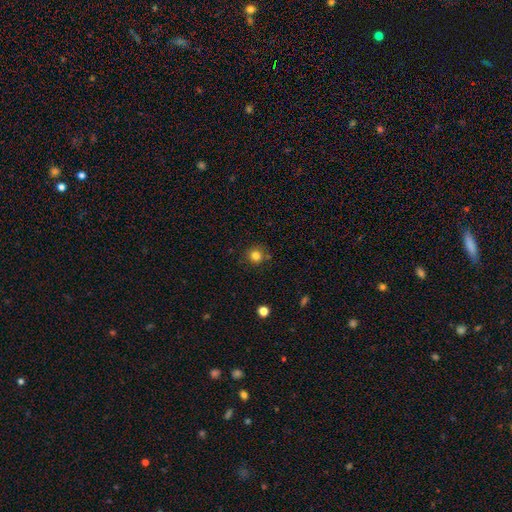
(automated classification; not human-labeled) This appears to be a smooth galaxy with no disk features (82%) that is round (92%). Merging: none (82%).